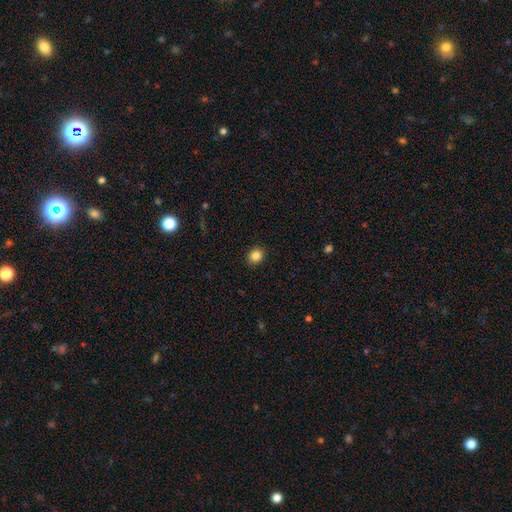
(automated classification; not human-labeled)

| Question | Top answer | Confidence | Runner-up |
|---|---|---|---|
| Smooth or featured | smooth | 85% | star or artifact (11%) |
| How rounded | round | 79% | in between (20%) |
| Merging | none | 90% | minor disturbance (7%) |